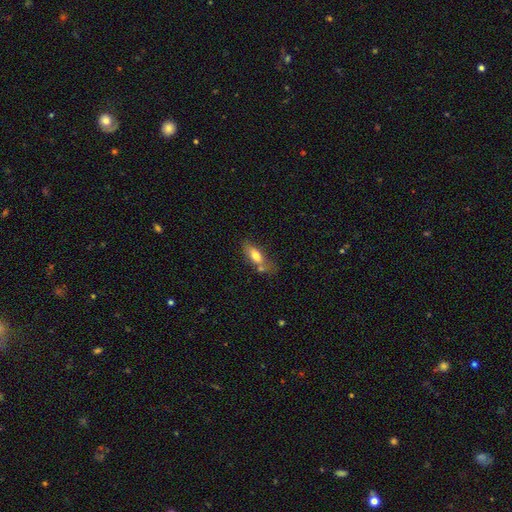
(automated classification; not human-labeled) smooth-or-featured: smooth: 69% | featured or disk: 24% | star or artifact: 8%
  how-rounded: in between: 69% | cigar-shaped: 27% | round: 4%
  merging: none: 43% | merger: 25% | minor disturbance: 22% | major disturbance: 10%